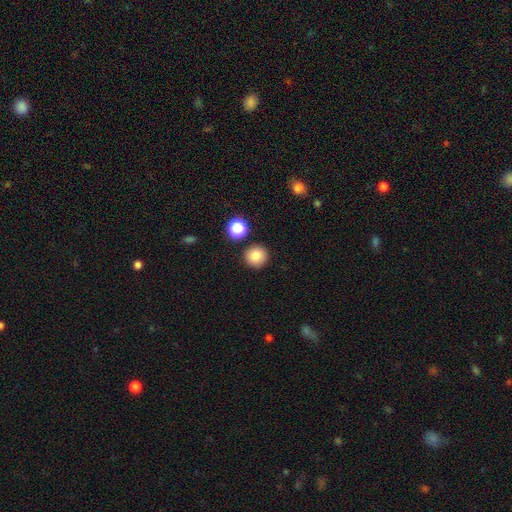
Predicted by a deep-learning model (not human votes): smooth 83%, star or artifact 11%, featured or disk 6%. Down the decision tree: how rounded — round (94%); merging — none (89%).